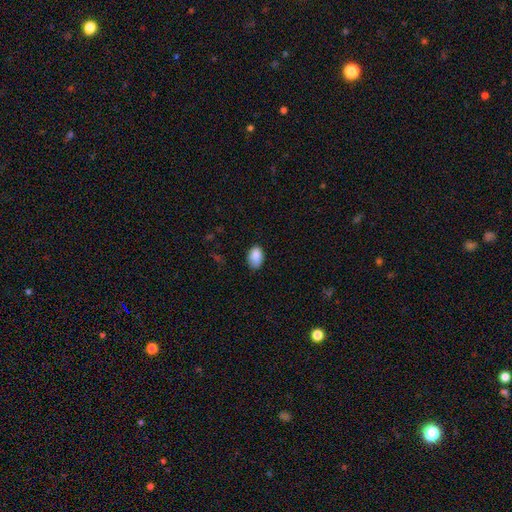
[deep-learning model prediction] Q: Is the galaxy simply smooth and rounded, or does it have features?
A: smooth — 88%.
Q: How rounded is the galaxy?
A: in between — 90%.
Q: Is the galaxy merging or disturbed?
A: none — 73%.